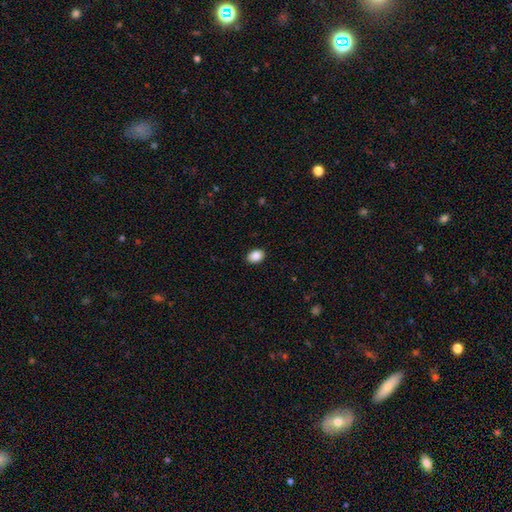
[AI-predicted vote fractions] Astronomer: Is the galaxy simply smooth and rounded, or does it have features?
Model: smooth — 89%.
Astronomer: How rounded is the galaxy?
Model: in between — 73%.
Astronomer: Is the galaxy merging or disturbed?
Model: none — 90%.